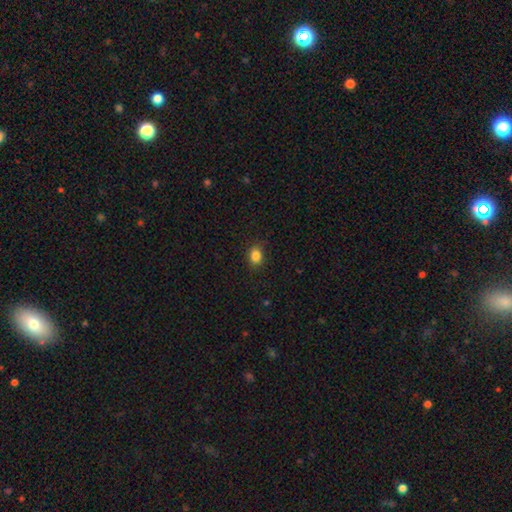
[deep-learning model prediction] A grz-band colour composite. It shows a smooth galaxy with no disk features (85%) that is in between round and cigar-shaped (51%). Merging: none (86%).